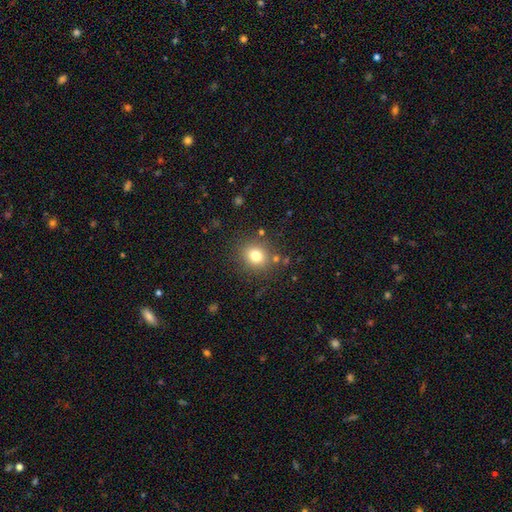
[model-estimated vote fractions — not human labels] This appears to be a smooth galaxy with no disk features (78%) that is round (81%). Merging: none (85%).